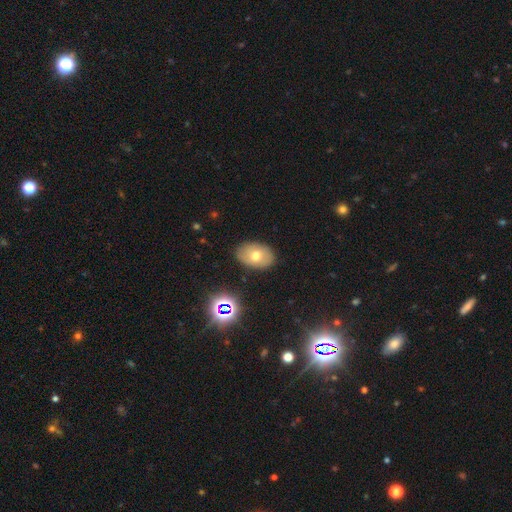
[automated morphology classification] Q: Smooth or featured?
A: smooth (65%); runner-up: featured or disk (23%)
Q: How rounded?
A: in between (81%); runner-up: round (17%)
Q: Merging?
A: none (85%); runner-up: minor disturbance (11%)